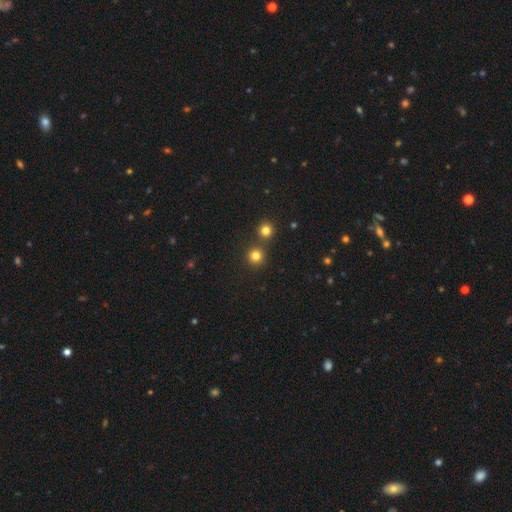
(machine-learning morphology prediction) smooth 80%, star or artifact 15%, featured or disk 5%. Down the decision tree: how rounded — round (93%); merging — none (75%).